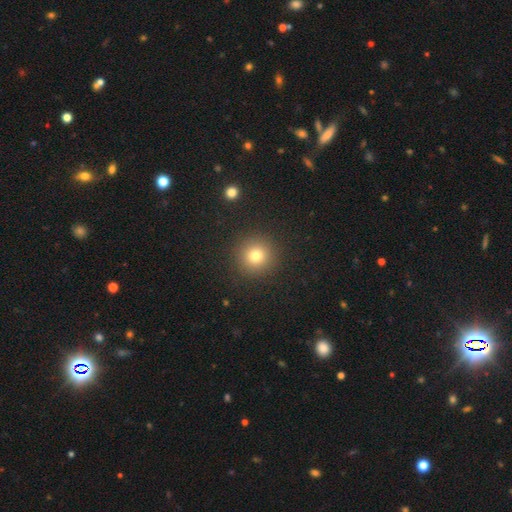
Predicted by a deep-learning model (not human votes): Overall: smooth (77%). How rounded: round (94%). Merging: none (91%).